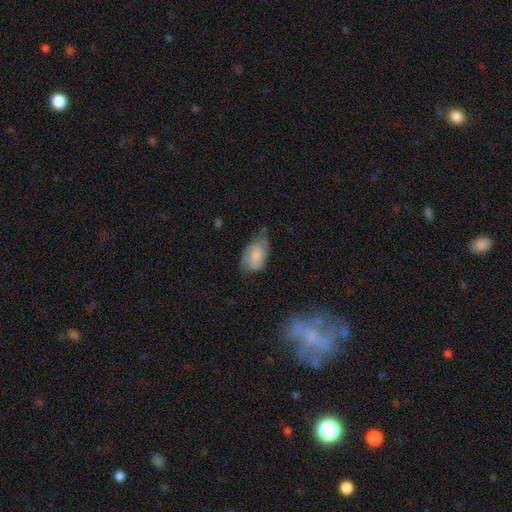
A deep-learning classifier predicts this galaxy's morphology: type=smooth (77%); roundness=in between (92%); merging=minor disturbance (43%).